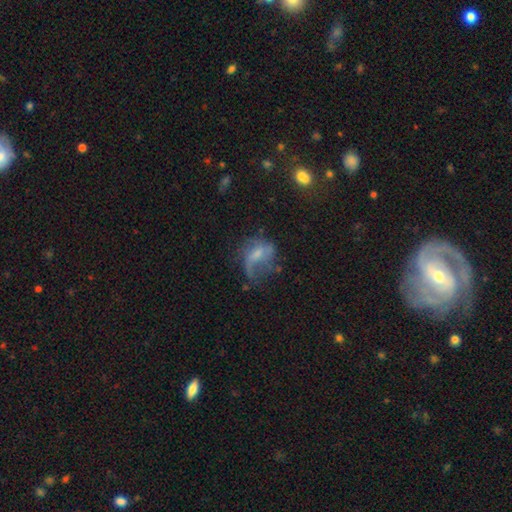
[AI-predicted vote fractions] smooth_or_featured: featured or disk (p=0.53) [alt: smooth p=0.34]
disk_edge_on: no (p=0.96) [alt: yes p=0.04]
bar: no (p=0.51) [alt: weak p=0.38]
has_spiral_arms: yes (p=0.59) [alt: no p=0.41]
bulge_size: small (p=0.46) [alt: moderate p=0.26]
merging: major disturbance (p=0.41) [alt: none p=0.30]